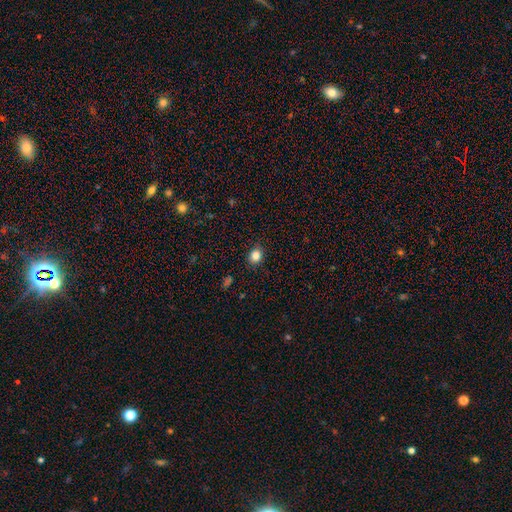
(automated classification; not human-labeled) The model was most divided on "how rounded": round: 64%, in between: 35%, cigar-shaped: 1%. More confident: merging — none (87%); smooth or featured — smooth (84%).